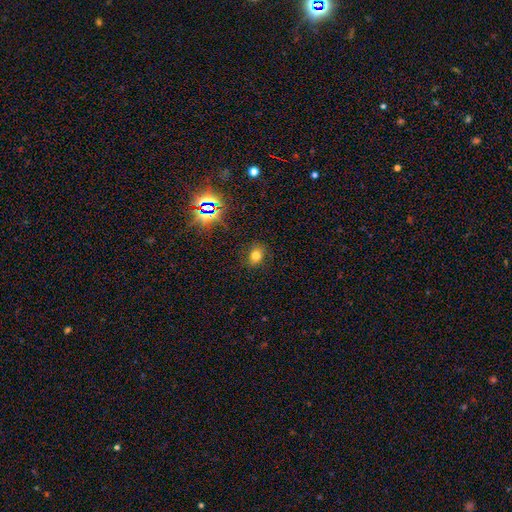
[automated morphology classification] smooth_or_featured: smooth (p=0.71) [alt: star or artifact p=0.20]
how_rounded: round (p=0.55) [alt: in between p=0.44]
merging: none (p=0.85) [alt: minor disturbance p=0.10]